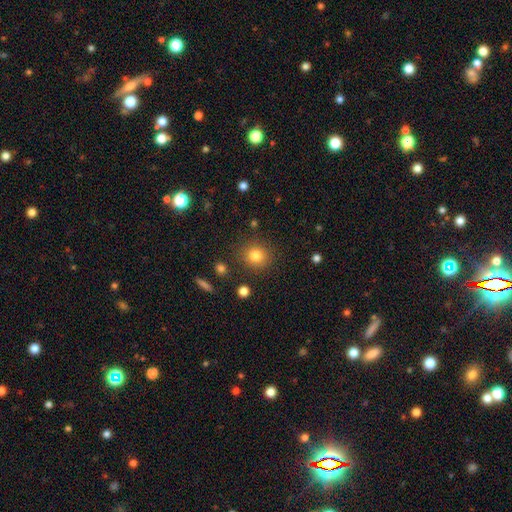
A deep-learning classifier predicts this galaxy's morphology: smooth-or-featured: smooth: 81% | star or artifact: 12% | featured or disk: 7%
  how-rounded: round: 85% | in between: 14% | cigar-shaped: 1%
  merging: none: 87% | minor disturbance: 8% | major disturbance: 3% | merger: 2%